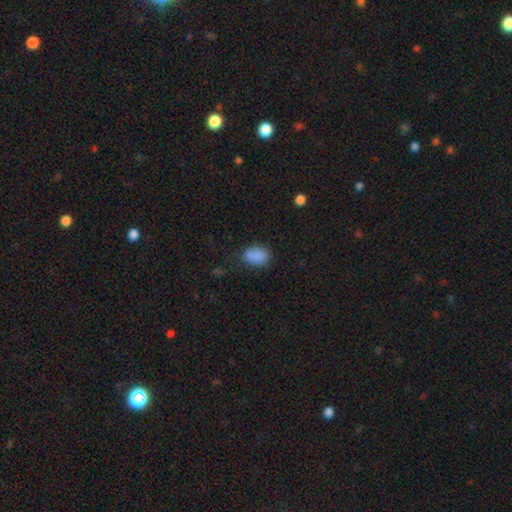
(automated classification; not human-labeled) A smooth galaxy with no disk features (86%) that is in between round and cigar-shaped (79%). Merging: none (71%).